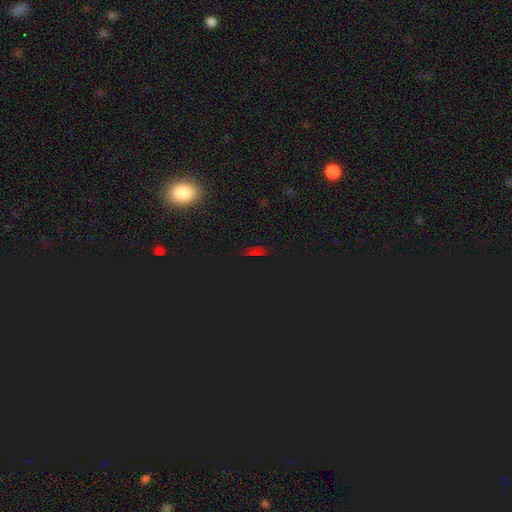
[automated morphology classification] star or artifact 72%, smooth 21%, featured or disk 7%.